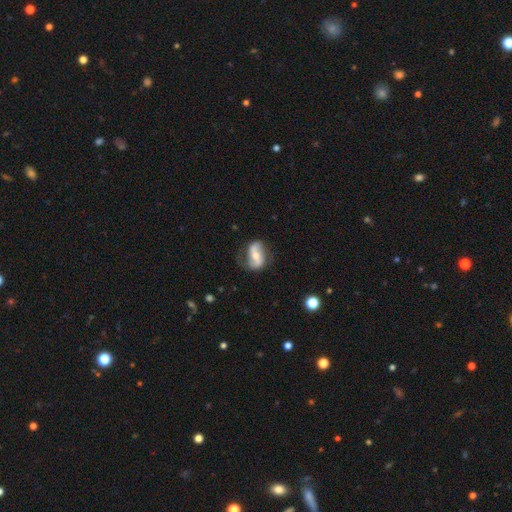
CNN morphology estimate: featured or disk 71%, smooth 23%, star or artifact 6%. Down the decision tree: edge-on disk — no (95%); bar — strong (42%); spiral arms — yes (86%); spiral arm count — 2 (85%); spiral winding — loose (52%); bulge size — moderate (54%); merging — none (63%).